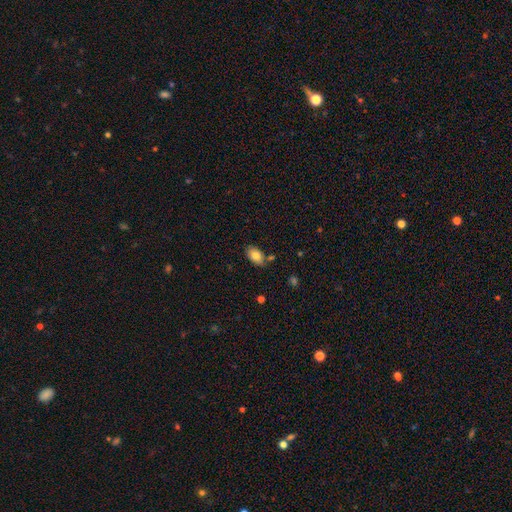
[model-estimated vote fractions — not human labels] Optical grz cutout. It shows a smooth galaxy with no disk features (81%) that is in between round and cigar-shaped (91%). Merging: none (77%).